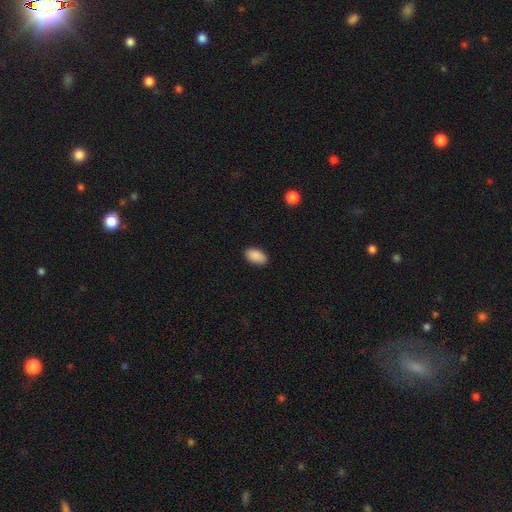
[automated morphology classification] Smooth or featured? Predicted: smooth (p=0.90). How rounded? Predicted: in between (p=0.94). Merging? Predicted: none (p=0.89).